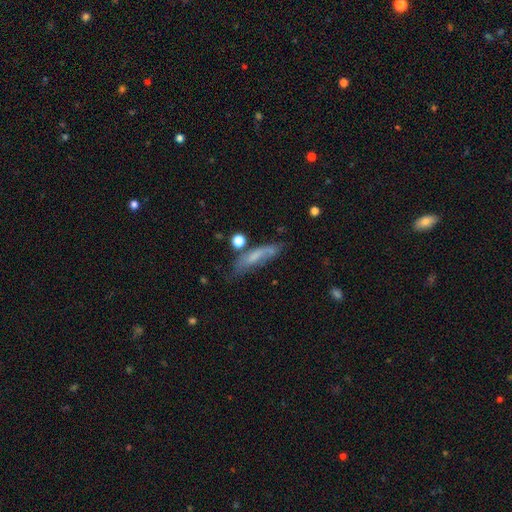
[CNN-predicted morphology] This appears to be a smooth galaxy with no disk features (55%) that is cigar-shaped (69%). Merging: none (54%).